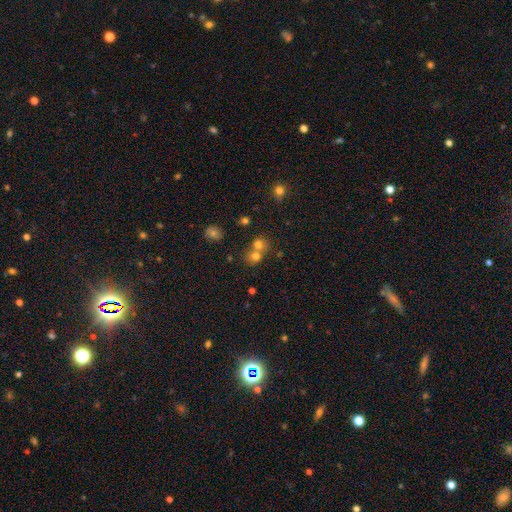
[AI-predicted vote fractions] Overall: smooth (71%). How rounded: round (79%). Merging: merger (51%; none 40%).